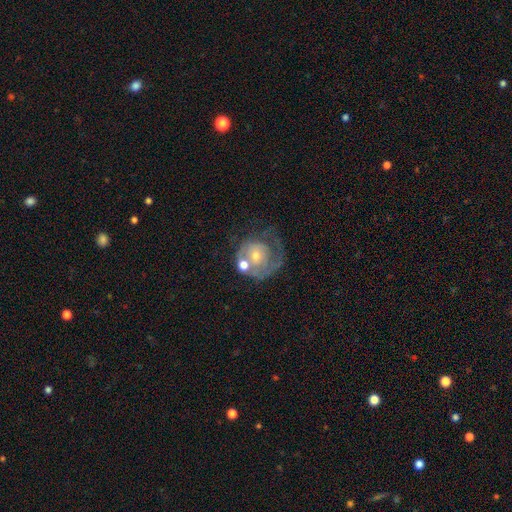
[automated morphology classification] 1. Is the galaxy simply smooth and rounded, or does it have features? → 65% featured or disk, 28% smooth, 7% star or artifact.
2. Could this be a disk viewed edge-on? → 98% no, 2% yes.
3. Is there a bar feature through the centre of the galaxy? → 78% no, 19% weak, 3% strong.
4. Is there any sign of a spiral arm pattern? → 68% yes, 32% no.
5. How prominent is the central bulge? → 46% small (tied), 46% moderate (tied), 4% large, 3% none, 1% dominant.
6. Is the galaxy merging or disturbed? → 35% none, 25% major disturbance, 22% merger, 18% minor disturbance.